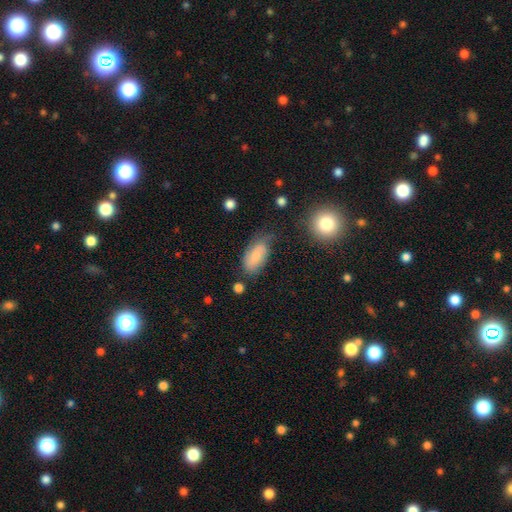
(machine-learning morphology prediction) This is likely a smooth galaxy (71%). How rounded: clearly in between (90%). Merging: possibly none (52%).